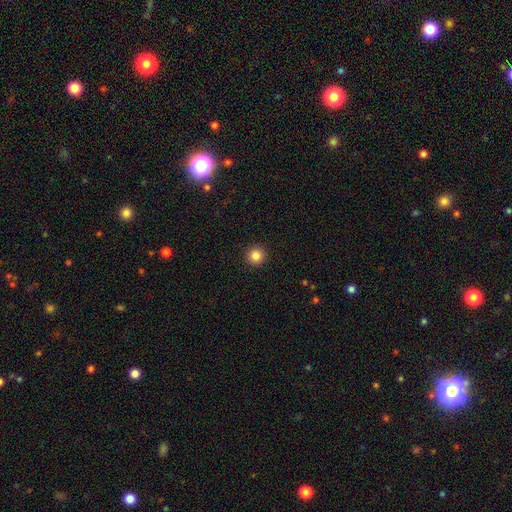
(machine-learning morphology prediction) This appears to be a smooth galaxy with no disk features (85%) that is round (96%). Merging: none (93%).